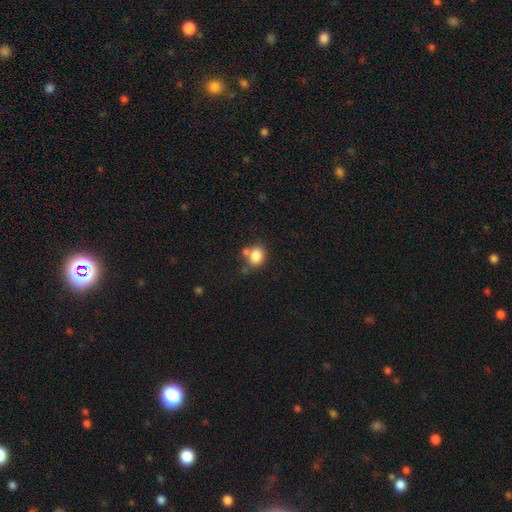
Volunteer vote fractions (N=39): This is clearly a smooth galaxy (87%). How rounded: possibly in between (59%). Merging: marginally none (44%).